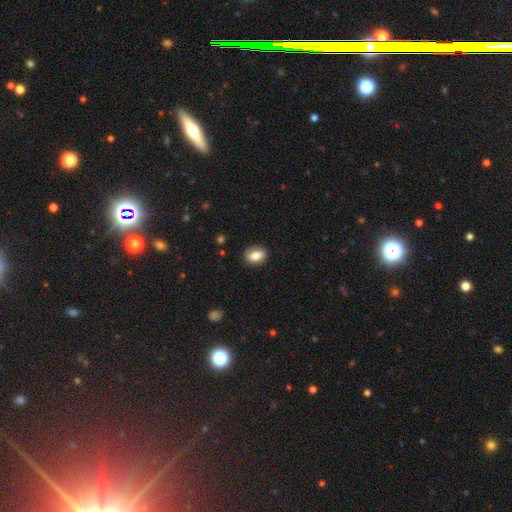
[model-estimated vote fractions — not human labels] Smooth or featured? smooth (68%)
How rounded? in between (61%)
Merging? none (83%)